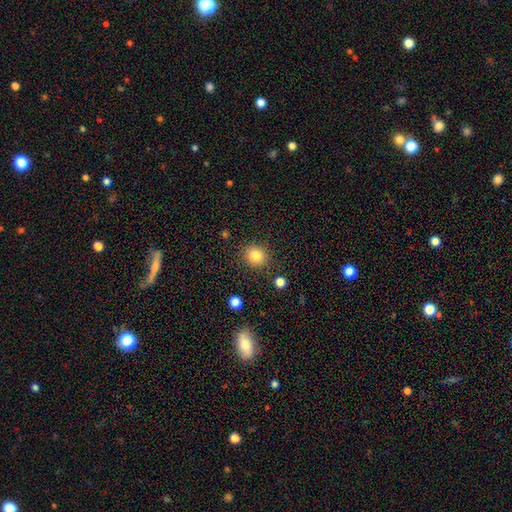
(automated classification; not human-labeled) Morphology: type=smooth (83%); roundness=round (81%); merging=none (87%).